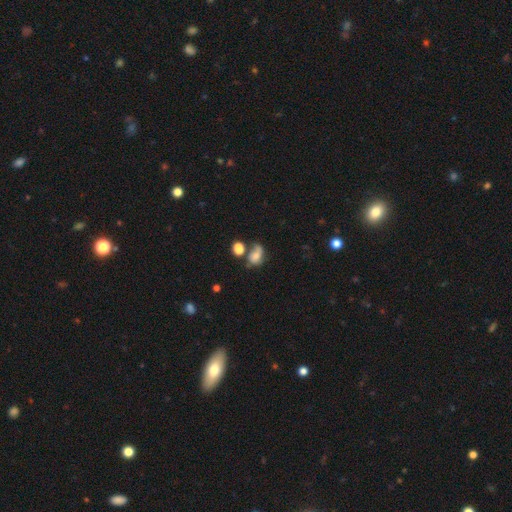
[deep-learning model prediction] smooth_or_featured: smooth (p=0.56) [alt: featured or disk p=0.31]
how_rounded: in between (p=0.67) [alt: round p=0.32]
merging: none (p=0.35) [alt: merger p=0.24]